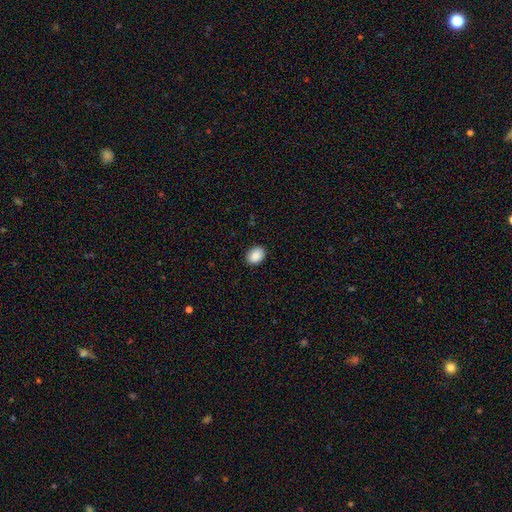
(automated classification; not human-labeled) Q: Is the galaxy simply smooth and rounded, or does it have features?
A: smooth — 89%.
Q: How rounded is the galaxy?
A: in between — 67%.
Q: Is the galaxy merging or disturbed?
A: none — 90%.